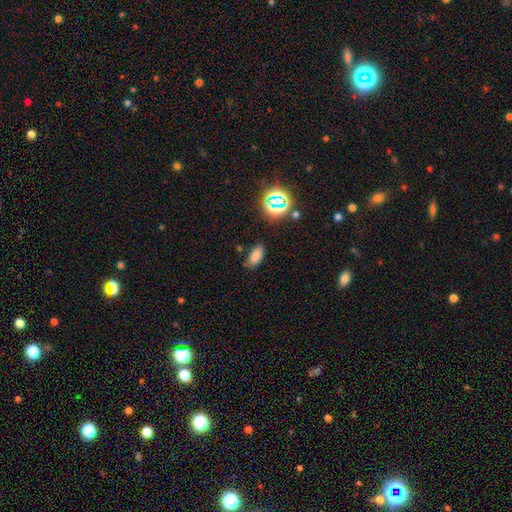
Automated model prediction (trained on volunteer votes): This appears to be a smooth galaxy with no disk features (76%) that is in between round and cigar-shaped (87%). Merging: none (80%).